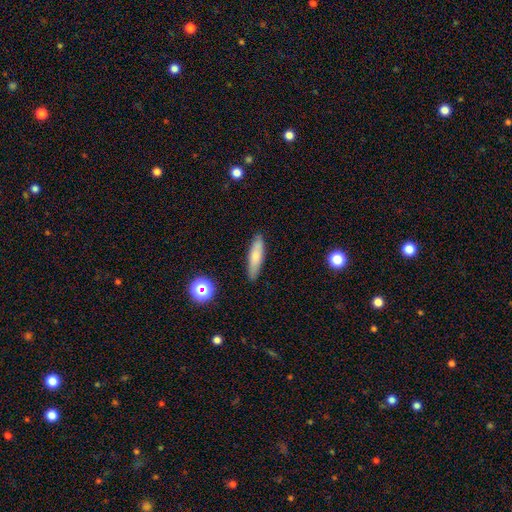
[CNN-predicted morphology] A smooth galaxy with no disk features (75%) that is cigar-shaped (69%). Merging: none (87%).